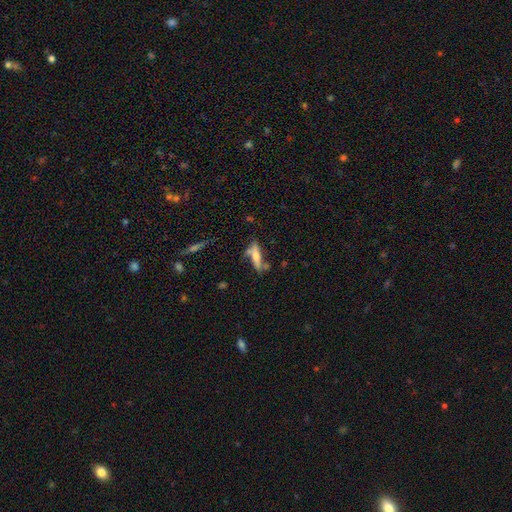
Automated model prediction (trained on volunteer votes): This appears to be a smooth galaxy with no disk features (47%). Merging: none (56%).